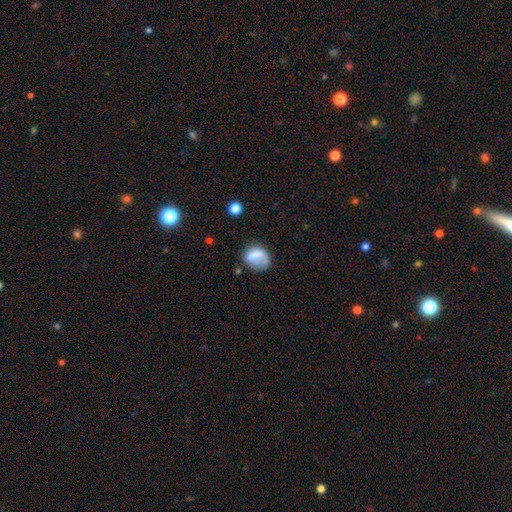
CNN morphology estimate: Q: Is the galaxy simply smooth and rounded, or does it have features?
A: smooth — 74%.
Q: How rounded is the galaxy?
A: round — 54%.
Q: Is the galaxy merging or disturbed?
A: none — 51%.